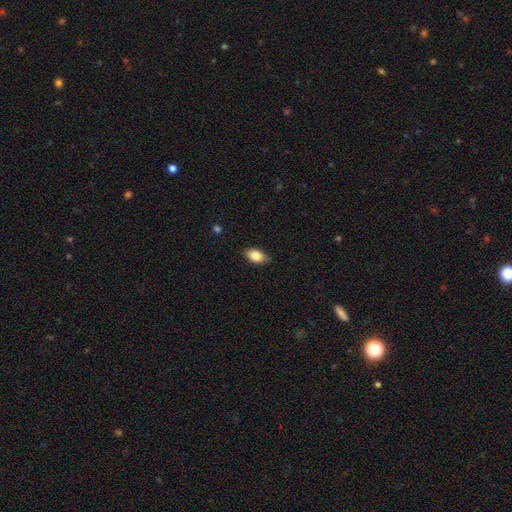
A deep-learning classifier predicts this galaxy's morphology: smooth 83%, featured or disk 10%, star or artifact 7%. Down the decision tree: how rounded — in between (89%); merging — none (83%).